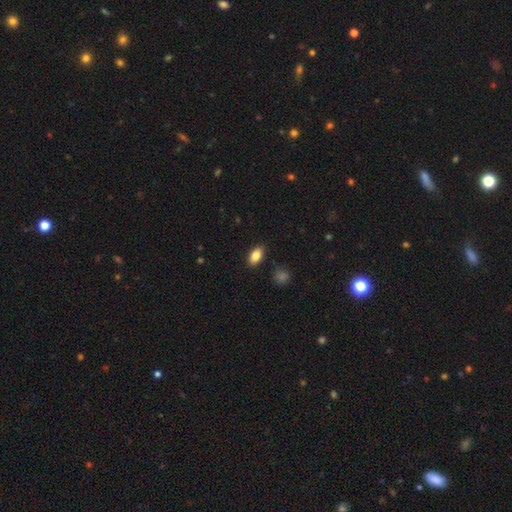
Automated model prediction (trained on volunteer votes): smooth 84%, featured or disk 8%, star or artifact 8%. Down the decision tree: how rounded — in between (89%); merging — none (87%).